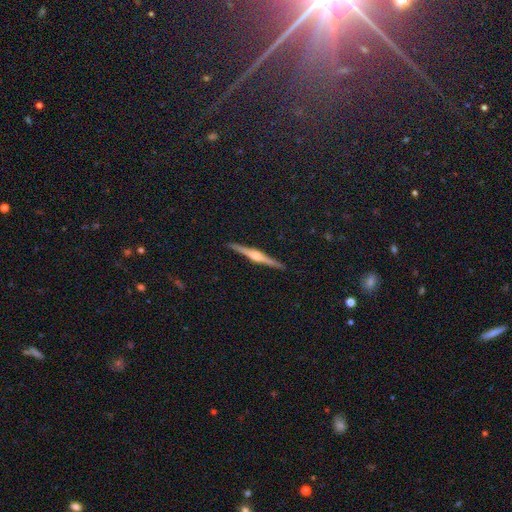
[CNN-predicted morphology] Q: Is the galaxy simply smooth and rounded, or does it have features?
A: featured or disk — 82%.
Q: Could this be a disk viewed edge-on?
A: yes — 98%.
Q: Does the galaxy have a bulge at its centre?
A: rounded — 80%.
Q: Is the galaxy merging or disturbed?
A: none — 92%.